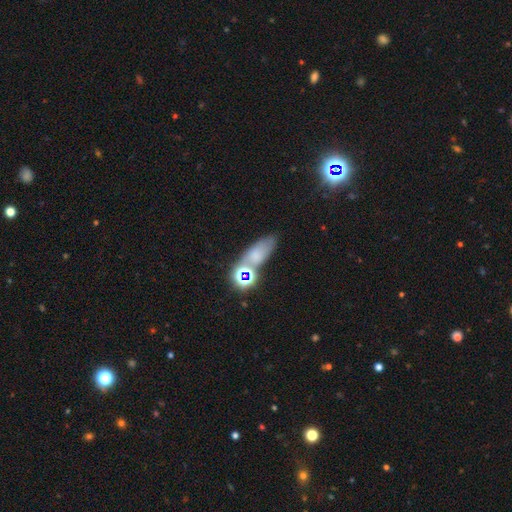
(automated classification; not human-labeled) smooth_or_featured: smooth (p=0.59) [alt: star or artifact p=0.25]
how_rounded: in between (p=0.68) [alt: cigar-shaped p=0.19]
merging: none (p=0.55) [alt: merger p=0.20]